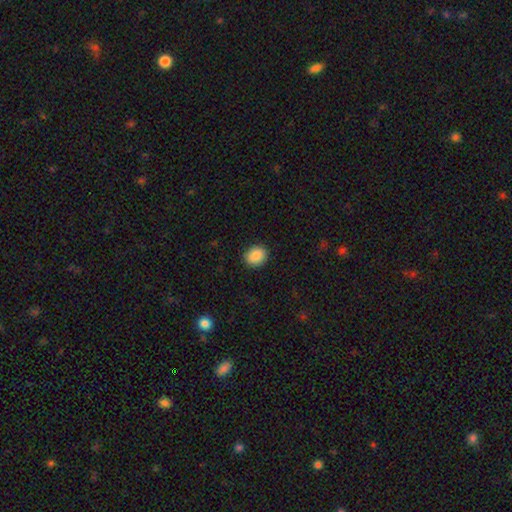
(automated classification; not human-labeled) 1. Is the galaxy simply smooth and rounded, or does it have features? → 89% smooth, 8% star or artifact, 3% featured or disk.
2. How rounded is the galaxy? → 53% round, 46% in between, 1% cigar-shaped.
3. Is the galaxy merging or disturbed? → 90% none, 7% minor disturbance, 2% major disturbance, 1% merger.